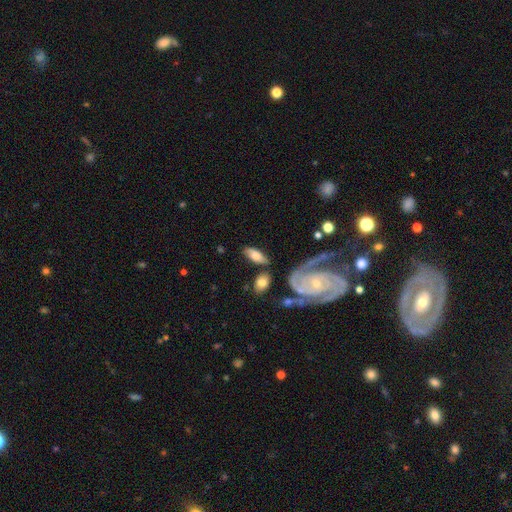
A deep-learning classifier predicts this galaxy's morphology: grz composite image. It shows a smooth galaxy with no disk features (54%) that is in between round and cigar-shaped (82%). Merging: none (65%).